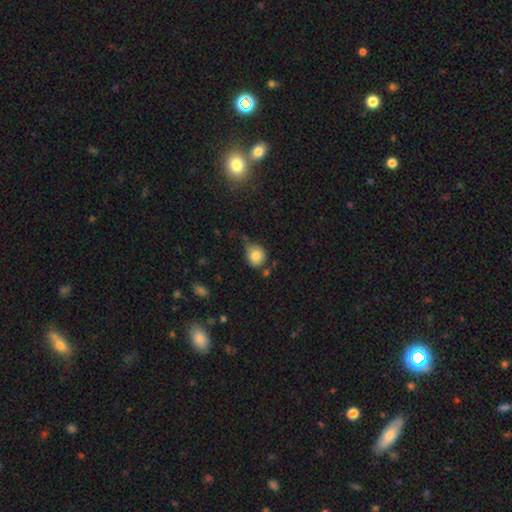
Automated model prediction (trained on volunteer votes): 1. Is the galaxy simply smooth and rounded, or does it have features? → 82% smooth, 10% star or artifact, 8% featured or disk.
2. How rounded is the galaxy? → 78% round, 21% in between, 1% cigar-shaped.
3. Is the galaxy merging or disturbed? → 59% none, 28% minor disturbance, 7% merger, 7% major disturbance.